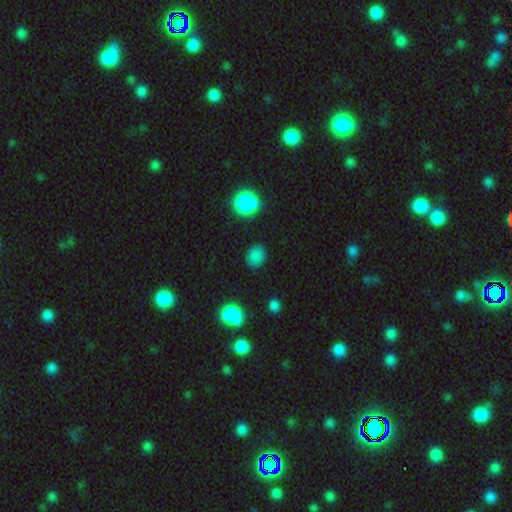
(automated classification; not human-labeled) This is likely a smooth galaxy (80%). How rounded: likely round (64%). Merging: clearly none (86%).